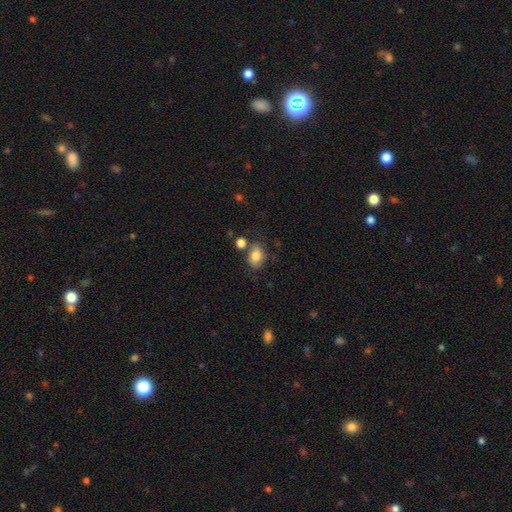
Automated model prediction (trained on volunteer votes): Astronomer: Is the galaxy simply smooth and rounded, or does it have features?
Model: smooth — 82%.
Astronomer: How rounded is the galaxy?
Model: in between — 74%.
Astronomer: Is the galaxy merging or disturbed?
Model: none — 66%.